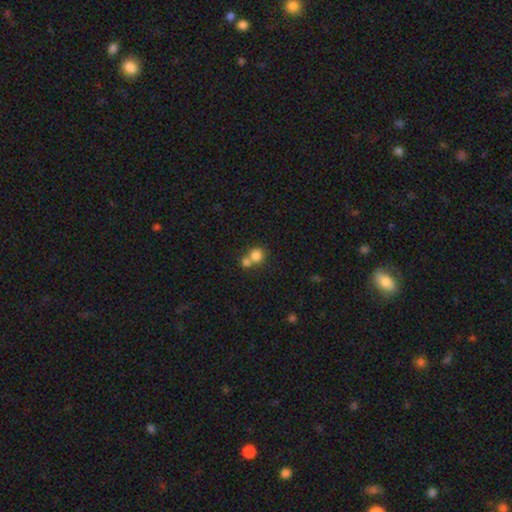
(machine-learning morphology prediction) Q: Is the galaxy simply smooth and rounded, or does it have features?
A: smooth — 80%.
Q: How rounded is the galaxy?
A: round — 86%.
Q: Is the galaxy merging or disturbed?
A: merger — 49%.